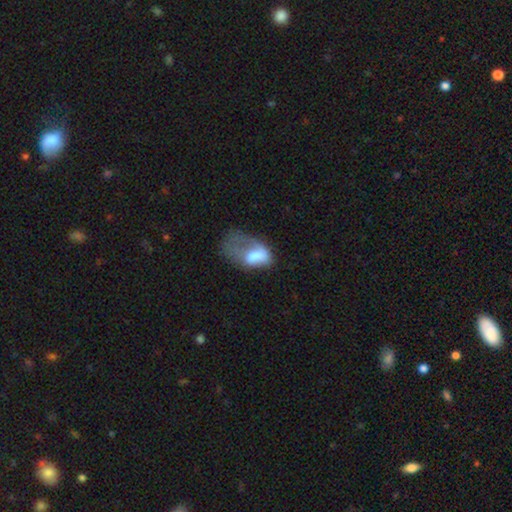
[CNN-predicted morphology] This is possibly a smooth galaxy (59%). How rounded: clearly in between (88%). Merging: possibly major disturbance (60%).